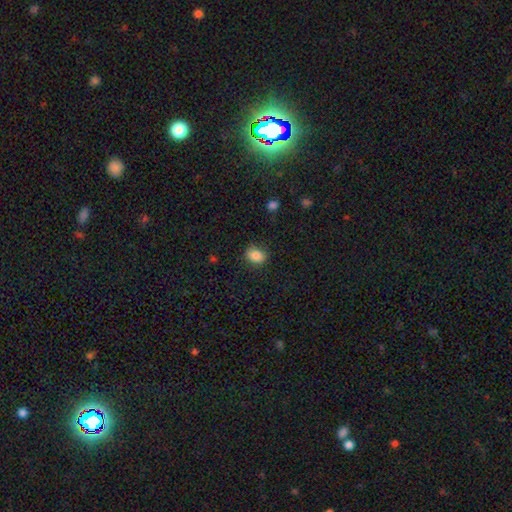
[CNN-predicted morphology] A smooth galaxy with no disk features (85%) that is in between round and cigar-shaped (57%). Merging: none (80%).